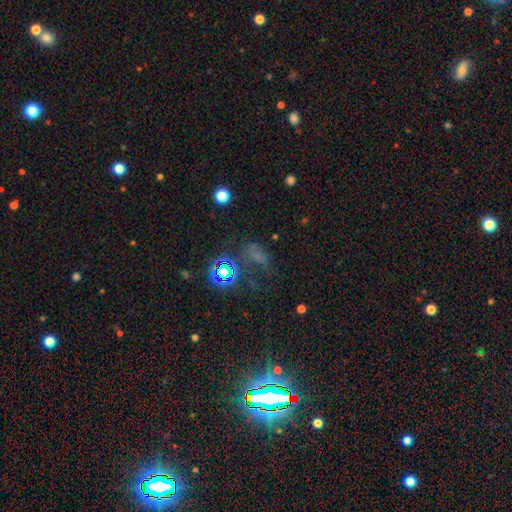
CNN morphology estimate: This appears to be a star or artifact, not a galaxy (49%).